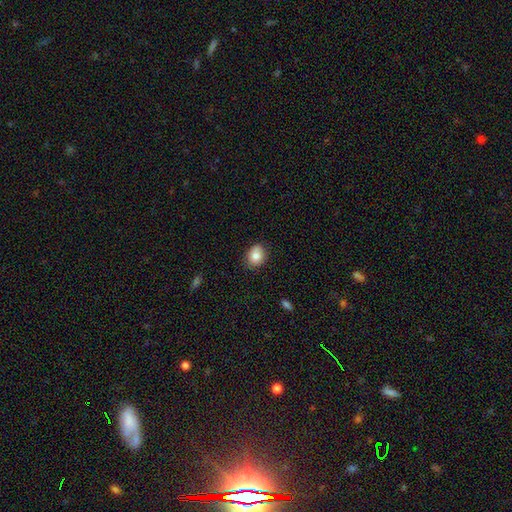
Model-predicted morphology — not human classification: smooth-or-featured: smooth: 83% | star or artifact: 9% | featured or disk: 8%
  how-rounded: round: 50% | in between: 49% | cigar-shaped: 1%
  merging: none: 76% | minor disturbance: 20% | major disturbance: 3% | merger: 2%